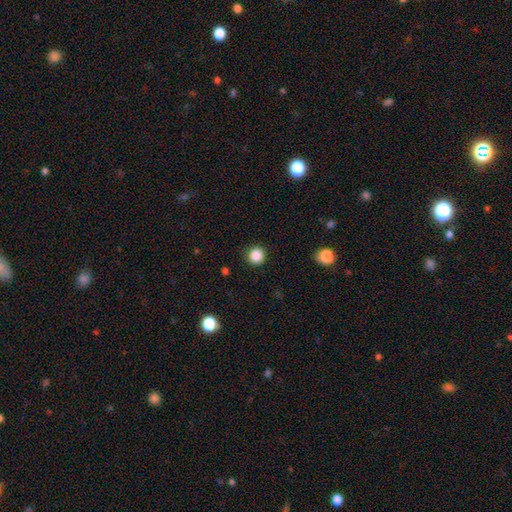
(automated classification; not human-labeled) smooth-or-featured: smooth: 87% | star or artifact: 10% | featured or disk: 3%
  how-rounded: round: 94% | in between: 5% | cigar-shaped: 1%
  merging: none: 90% | minor disturbance: 7% | major disturbance: 2% | merger: 1%